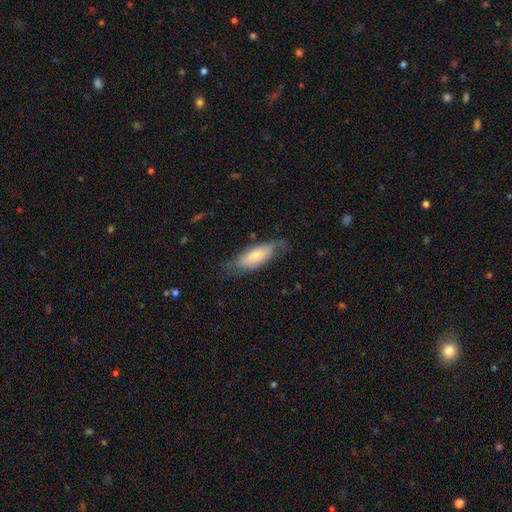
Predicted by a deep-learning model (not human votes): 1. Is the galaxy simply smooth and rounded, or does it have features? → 61% smooth, 33% featured or disk, 6% star or artifact.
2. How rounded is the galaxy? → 71% in between, 27% cigar-shaped, 2% round.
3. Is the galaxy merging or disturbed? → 65% none, 25% minor disturbance, 9% major disturbance, 1% merger.